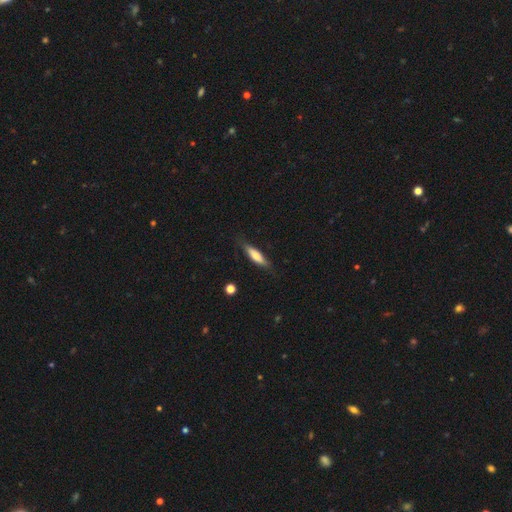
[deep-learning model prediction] A smooth galaxy with no disk features (62%) that is cigar-shaped (69%). Merging: none (78%).